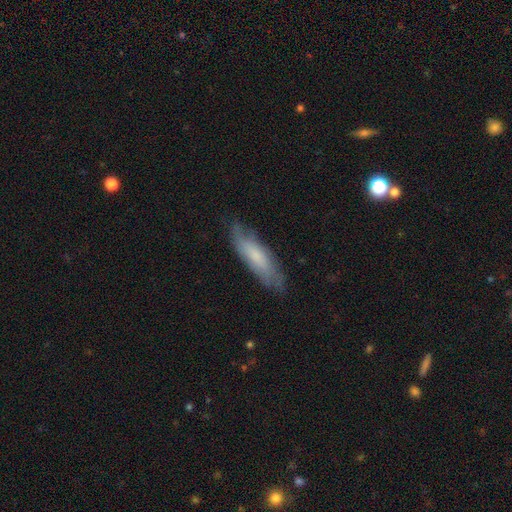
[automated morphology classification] type=smooth (62%); roundness=cigar-shaped (62%); merging=none (74%).